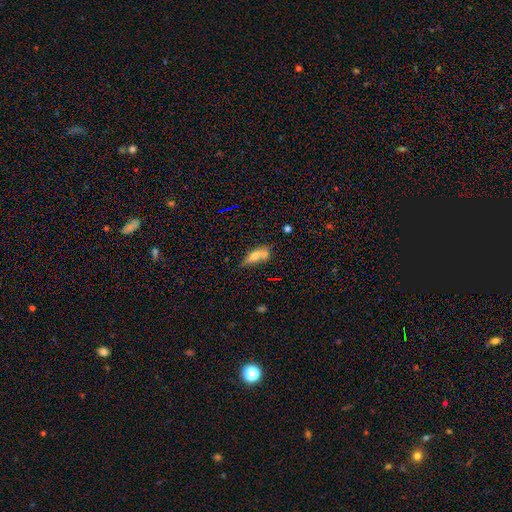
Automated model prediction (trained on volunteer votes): Q: Smooth or featured?
A: smooth (58%); runner-up: featured or disk (32%)
Q: How rounded?
A: in between (61%); runner-up: cigar-shaped (34%)
Q: Merging?
A: merger (40%); runner-up: none (37%)